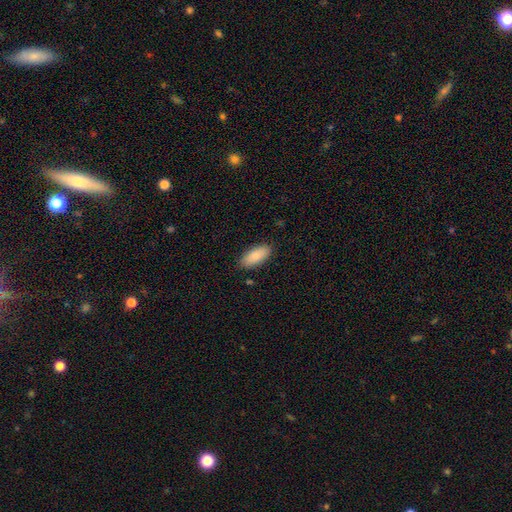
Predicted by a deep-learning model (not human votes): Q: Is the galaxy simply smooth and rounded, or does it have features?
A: smooth — 85%.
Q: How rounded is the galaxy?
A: in between — 86%.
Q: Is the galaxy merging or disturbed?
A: none — 87%.